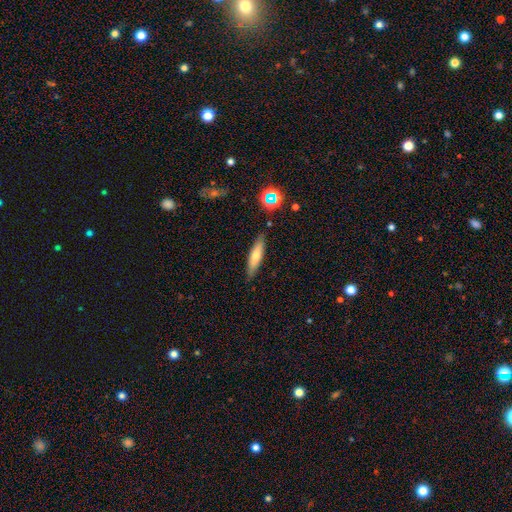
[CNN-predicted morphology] This is likely a smooth galaxy (61%). How rounded: likely cigar-shaped (79%). Merging: clearly none (85%).